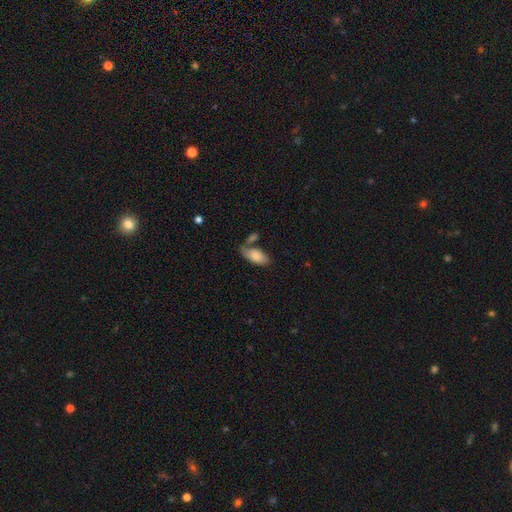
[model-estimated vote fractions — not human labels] smooth-or-featured: smooth: 78% | featured or disk: 16% | star or artifact: 6%
  how-rounded: in between: 89% | cigar-shaped: 8% | round: 2%
  merging: none: 51% | merger: 22% | minor disturbance: 19% | major disturbance: 7%